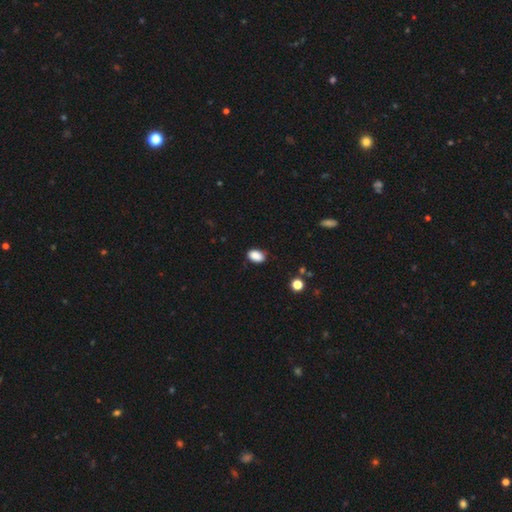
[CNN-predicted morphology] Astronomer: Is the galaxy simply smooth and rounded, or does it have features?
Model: smooth — 88%.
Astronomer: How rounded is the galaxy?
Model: in between — 86%.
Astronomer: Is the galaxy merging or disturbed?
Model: none — 84%.